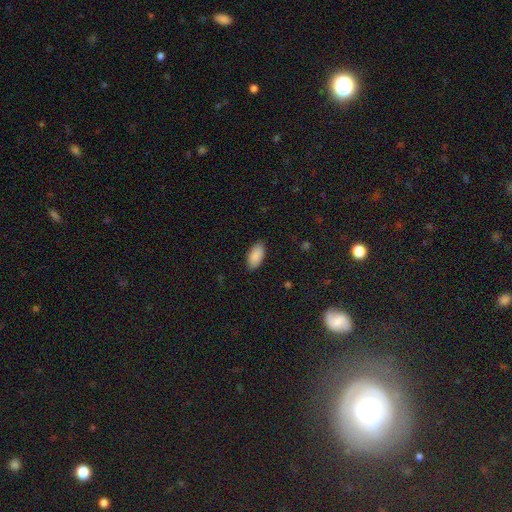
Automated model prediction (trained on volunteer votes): Morphology: type=smooth (89%); roundness=in between (95%); merging=none (88%).